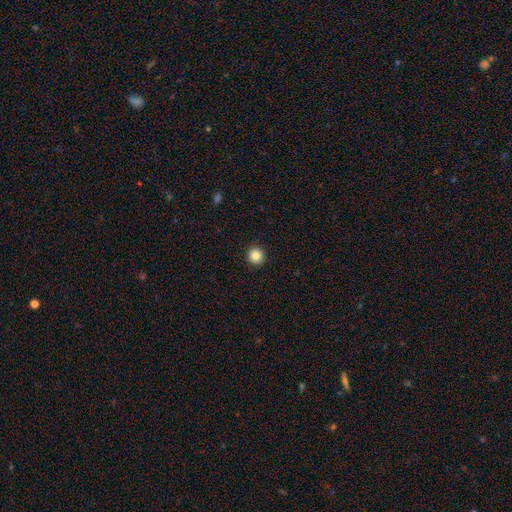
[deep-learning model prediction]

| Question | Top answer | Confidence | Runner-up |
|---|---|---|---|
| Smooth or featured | smooth | 86% | star or artifact (10%) |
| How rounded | round | 95% | in between (4%) |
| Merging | none | 93% | minor disturbance (4%) |